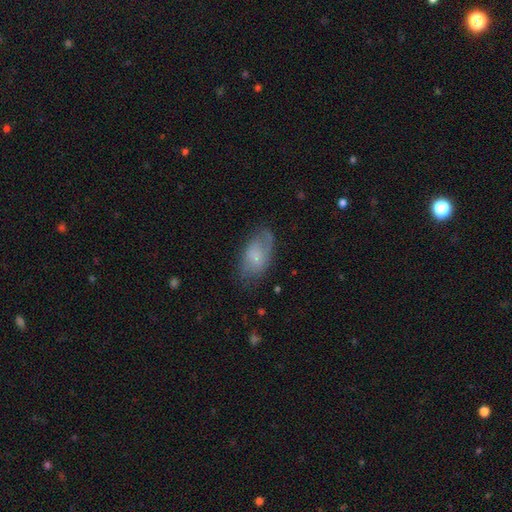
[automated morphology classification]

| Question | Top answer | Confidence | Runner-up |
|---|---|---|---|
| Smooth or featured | smooth | 54% | featured or disk (38%) |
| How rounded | in between | 92% | round (5%) |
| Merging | none | 59% | minor disturbance (26%) |